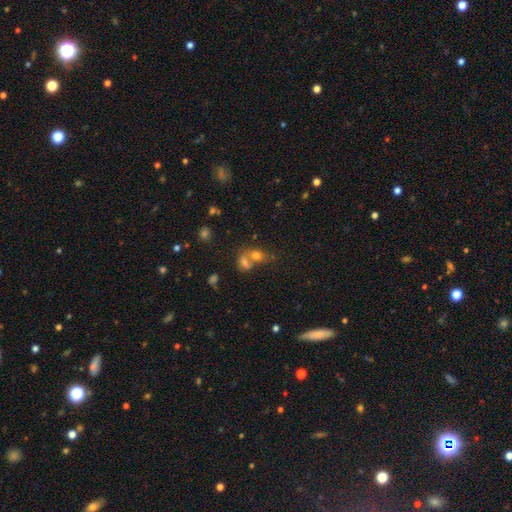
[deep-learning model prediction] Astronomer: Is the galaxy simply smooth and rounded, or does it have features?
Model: smooth — 55%.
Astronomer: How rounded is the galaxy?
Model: in between — 48% (runner-up: round, 45%).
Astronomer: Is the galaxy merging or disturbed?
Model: merger — 56% (runner-up: none, 31%).